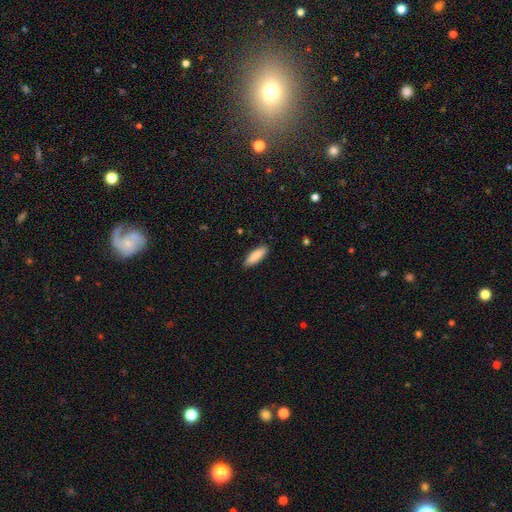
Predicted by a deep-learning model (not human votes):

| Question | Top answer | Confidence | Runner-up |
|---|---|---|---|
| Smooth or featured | smooth | 87% | featured or disk (7%) |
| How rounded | in between | 53% | cigar-shaped (46%) |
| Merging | none | 88% | minor disturbance (9%) |